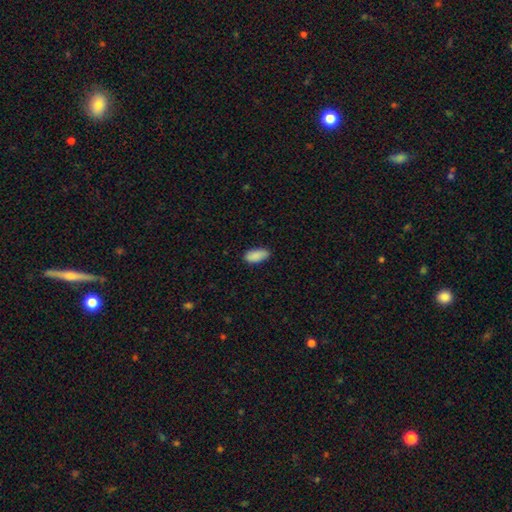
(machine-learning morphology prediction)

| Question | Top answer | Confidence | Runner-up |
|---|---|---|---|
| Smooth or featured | smooth | 89% | star or artifact (6%) |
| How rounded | in between | 89% | cigar-shaped (9%) |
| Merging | none | 83% | minor disturbance (13%) |